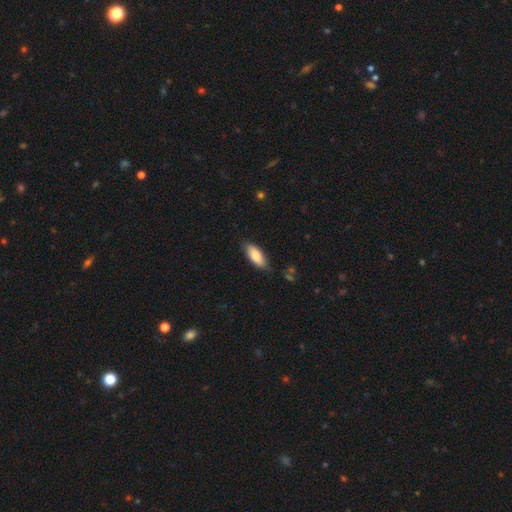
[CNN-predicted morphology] Smooth or featured?
  - smooth: 82% *
  - featured or disk: 12%
  - star or artifact: 6%
How rounded?
  - in between: 81% *
  - cigar-shaped: 18%
  - round: 2%
Merging?
  - none: 79% *
  - minor disturbance: 16%
  - major disturbance: 3%
  - merger: 2%